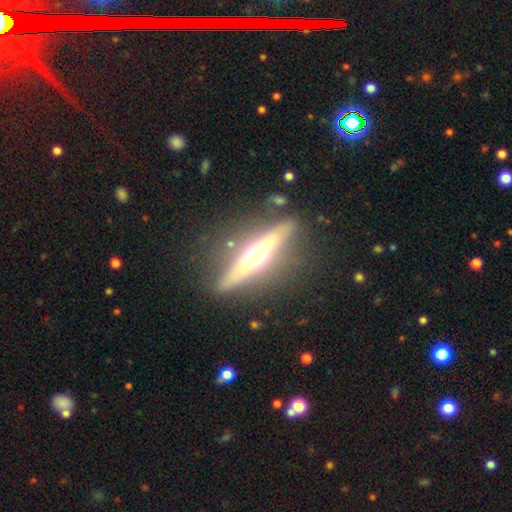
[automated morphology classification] smooth-or-featured: featured or disk: 74% | smooth: 19% | star or artifact: 7%
  disk-edge-on: yes: 92% | no: 8%
    edge-on-bulge: rounded: 92% | boxy: 5% | none: 3%
  merging: none: 81% | minor disturbance: 11% | major disturbance: 5% | merger: 3%